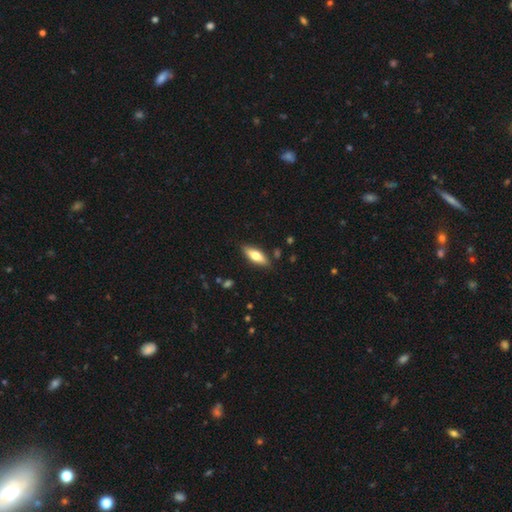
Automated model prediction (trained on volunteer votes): This appears to be a smooth galaxy with no disk features (62%) that is in between round and cigar-shaped (62%). Merging: none (86%).